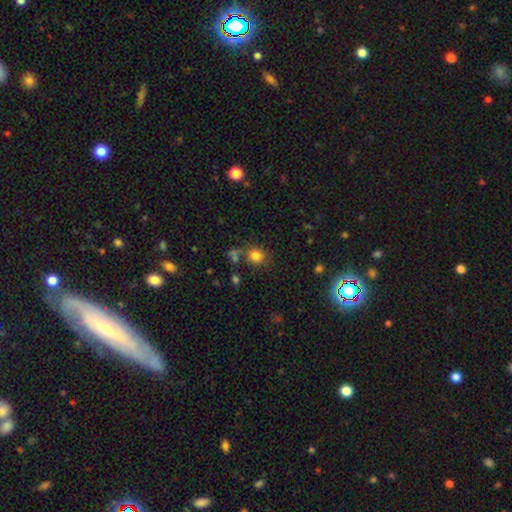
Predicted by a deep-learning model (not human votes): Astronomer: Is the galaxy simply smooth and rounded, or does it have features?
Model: smooth — 81%.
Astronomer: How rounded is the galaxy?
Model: round — 81%.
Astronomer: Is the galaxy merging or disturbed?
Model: none — 72%.